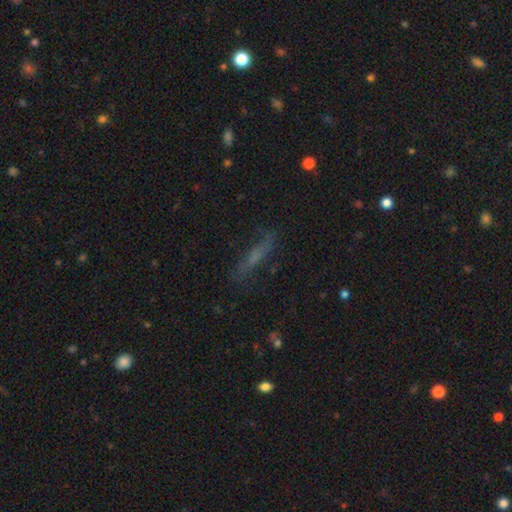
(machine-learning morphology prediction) This is marginally a smooth galaxy (42%). Merging: likely none (74%).